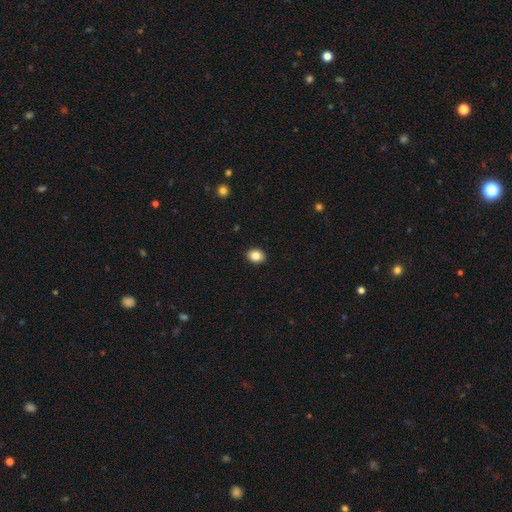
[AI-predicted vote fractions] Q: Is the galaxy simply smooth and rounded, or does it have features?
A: smooth — 86%.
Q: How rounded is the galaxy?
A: in between — 61%.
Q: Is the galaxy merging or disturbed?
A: none — 92%.